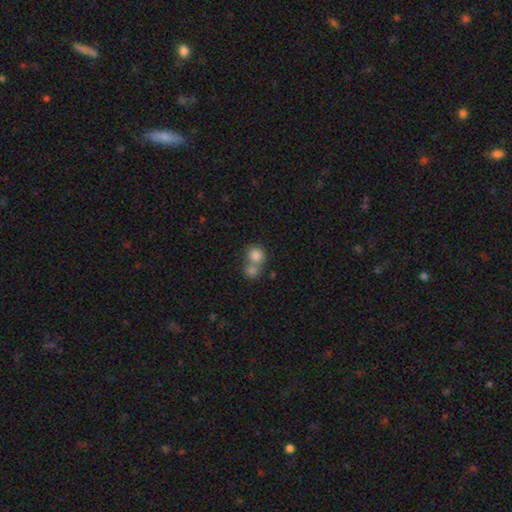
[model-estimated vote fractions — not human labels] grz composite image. It shows a smooth galaxy with no disk features (82%) that is round (83%). Merging: merger (55%).